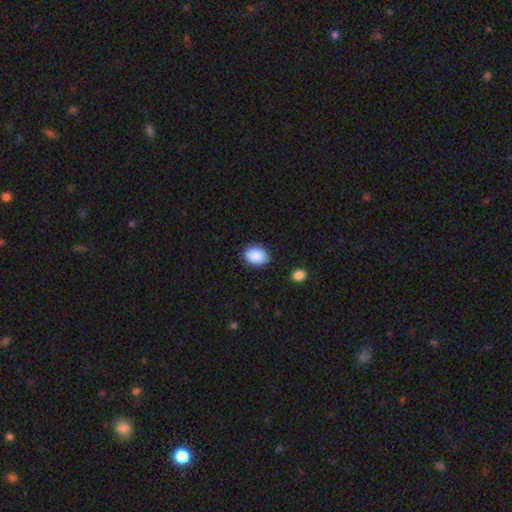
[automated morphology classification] Smooth or featured? Predicted: smooth (p=0.88). How rounded? Predicted: in between (p=0.61). Merging? Predicted: none (p=0.88).